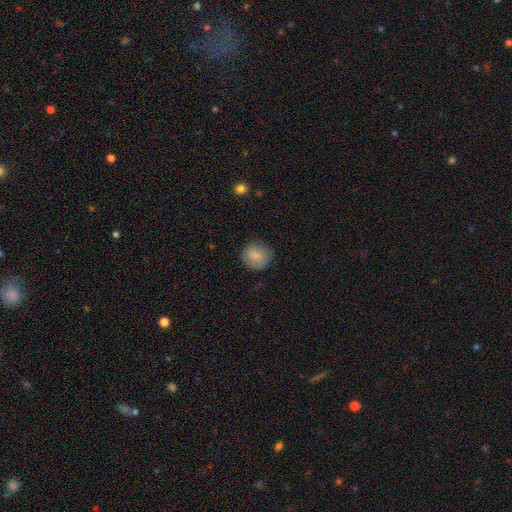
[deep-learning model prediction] A smooth galaxy with no disk features (79%) that is round (85%). Merging: none (84%).